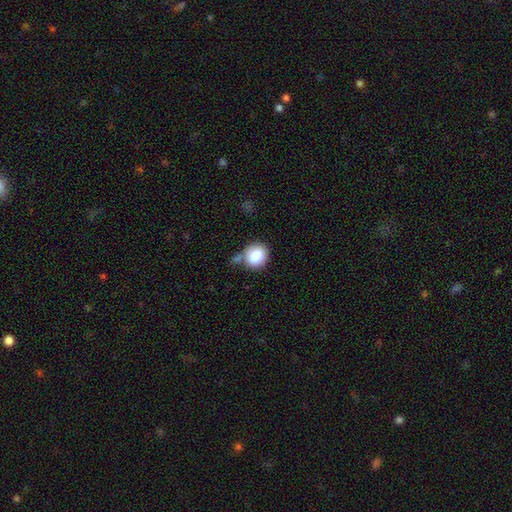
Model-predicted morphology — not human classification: Overall: smooth (83%). How rounded: round (66%; in between 33%). Merging: none (55%; minor disturbance 20%).